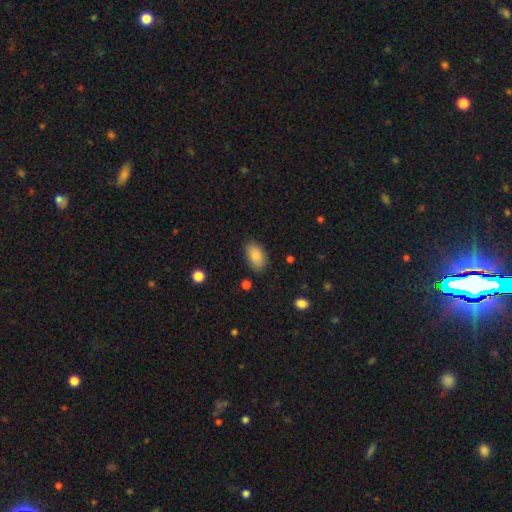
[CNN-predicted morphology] This appears to be a smooth galaxy with no disk features (87%) that is in between round and cigar-shaped (92%). Merging: none (81%).